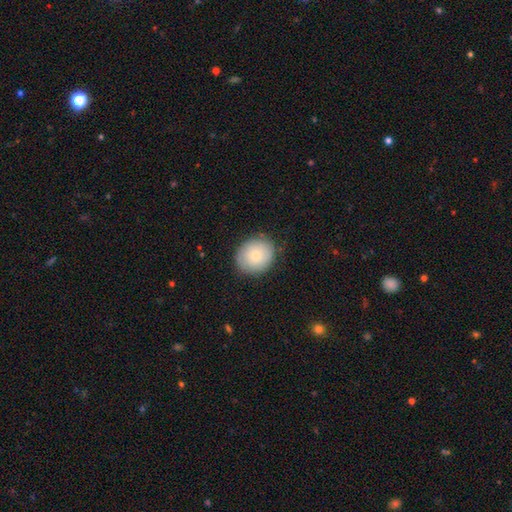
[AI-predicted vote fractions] Smooth or featured: smooth — 74% (featured or disk — 18%)
How rounded: round — 76% (in between — 24%)
Merging: none — 84% (minor disturbance — 12%)